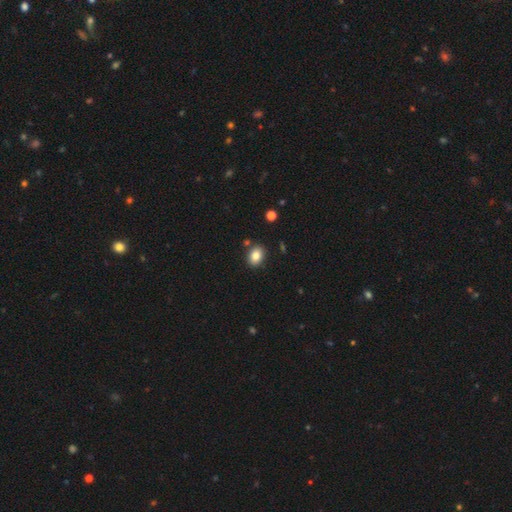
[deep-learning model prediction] Overall: smooth (84%). How rounded: in between (69%; round 30%). Merging: none (84%).